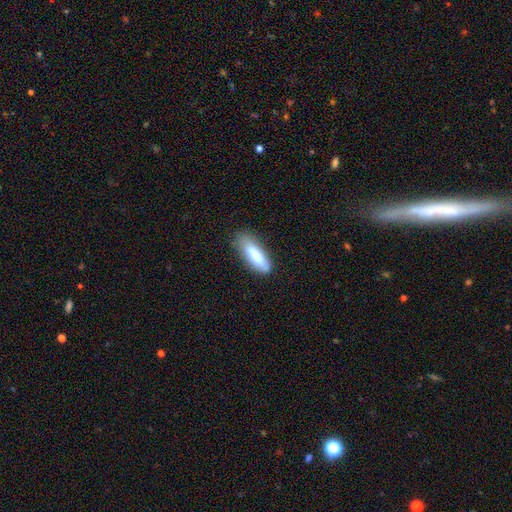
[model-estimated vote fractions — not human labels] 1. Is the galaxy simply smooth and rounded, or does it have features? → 75% smooth, 18% featured or disk, 7% star or artifact.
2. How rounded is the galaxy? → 52% cigar-shaped, 47% in between, 2% round.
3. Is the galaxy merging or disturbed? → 71% none, 22% minor disturbance, 6% major disturbance, 2% merger.